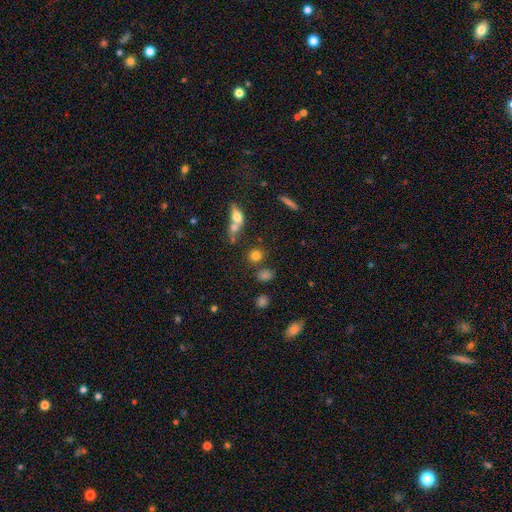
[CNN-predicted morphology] smooth_or_featured: smooth (p=0.76) [alt: star or artifact p=0.15]
how_rounded: round (p=0.81) [alt: in between p=0.17]
merging: none (p=0.63) [alt: merger p=0.22]